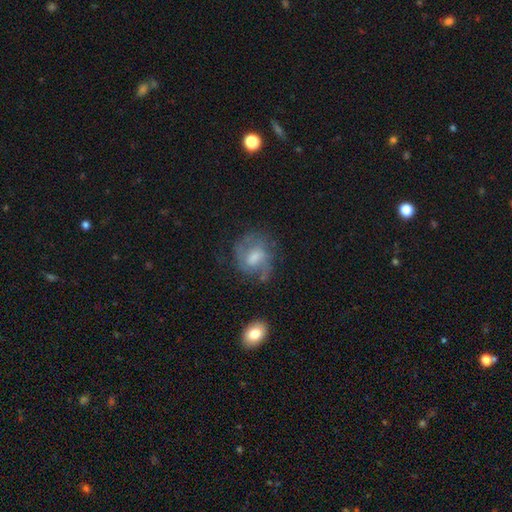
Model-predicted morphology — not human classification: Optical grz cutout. It shows a featured or disk galaxy (65%) with a weak bar (51%), 2 (62%) medium (48%) spiral arms (86%) and a moderate central bulge (47%). Merging: none (63%).